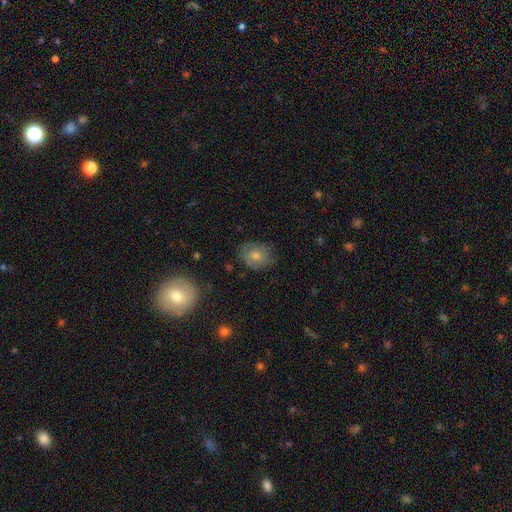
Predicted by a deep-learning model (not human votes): Smooth or featured: smooth — 62% (featured or disk — 25%)
How rounded: round — 60% (in between — 39%)
Merging: none — 78% (minor disturbance — 16%)